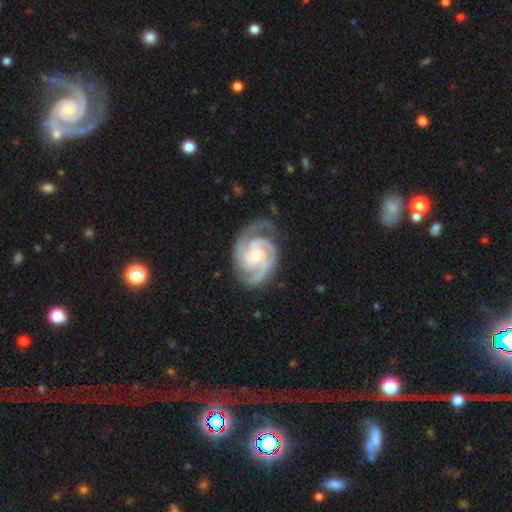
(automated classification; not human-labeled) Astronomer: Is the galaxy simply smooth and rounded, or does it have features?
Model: featured or disk — 93%.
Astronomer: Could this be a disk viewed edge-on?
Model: no — 98%.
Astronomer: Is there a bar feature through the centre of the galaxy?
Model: no — 61%.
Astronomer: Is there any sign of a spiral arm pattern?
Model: yes — 99%.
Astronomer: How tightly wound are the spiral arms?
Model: tight — 61%.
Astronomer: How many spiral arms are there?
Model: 3 — 50% (runner-up: 2, 31%).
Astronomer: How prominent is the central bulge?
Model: moderate — 50% (runner-up: small, 43%).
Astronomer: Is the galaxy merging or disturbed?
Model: none — 74%.